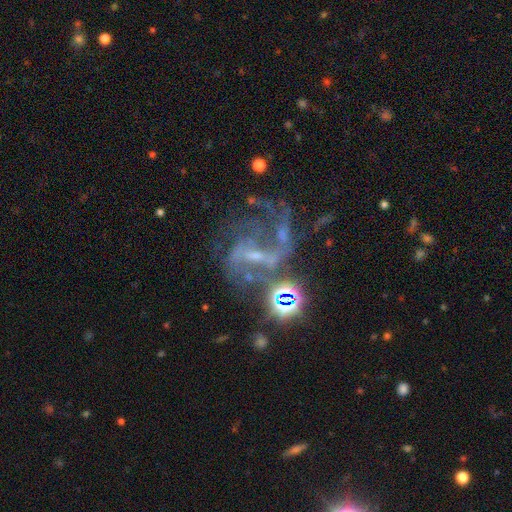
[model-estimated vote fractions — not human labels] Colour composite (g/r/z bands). It shows a featured or disk galaxy (69%) with a weak bar (39%), 2 (47%) loose (46%) spiral arms (83%) and a small central bulge (48%). Merging: major disturbance (38%).